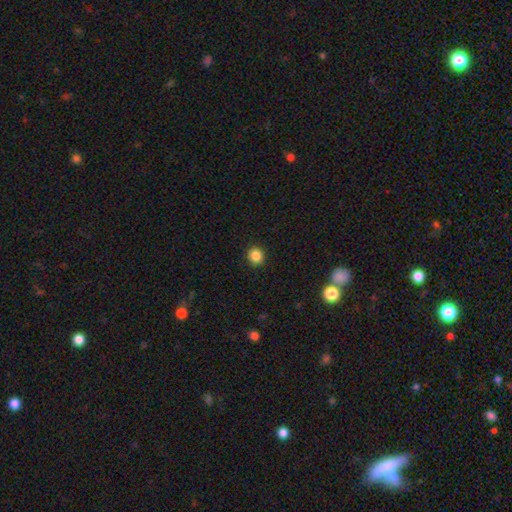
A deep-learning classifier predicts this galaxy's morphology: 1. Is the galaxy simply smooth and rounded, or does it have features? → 86% smooth, 11% star or artifact, 3% featured or disk.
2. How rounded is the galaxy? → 88% round, 11% in between, 1% cigar-shaped.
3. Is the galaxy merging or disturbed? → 92% none, 5% minor disturbance, 2% major disturbance, 1% merger.